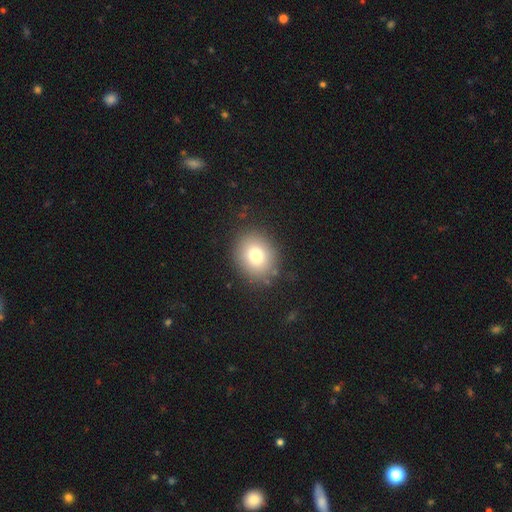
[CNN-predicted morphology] A smooth galaxy with no disk features (77%) that is round (72%).

Vote fractions:
- Smooth or featured? smooth: 77% / star or artifact: 12% / featured or disk: 11%
- How rounded? round: 72% / in between: 27% / cigar-shaped: 1%
- Merging? none: 86% / minor disturbance: 9% / major disturbance: 4% / merger: 2%